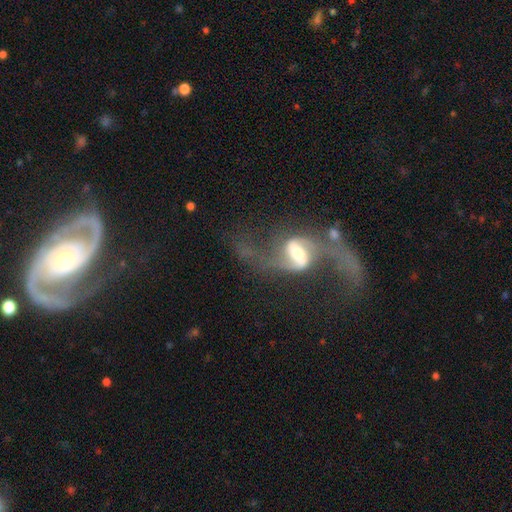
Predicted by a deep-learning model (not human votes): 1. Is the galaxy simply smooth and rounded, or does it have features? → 87% featured or disk, 7% star or artifact, 7% smooth.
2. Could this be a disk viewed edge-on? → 95% no, 5% yes.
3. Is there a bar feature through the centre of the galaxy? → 44% weak, 33% no, 23% strong.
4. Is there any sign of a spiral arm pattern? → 95% yes, 5% no.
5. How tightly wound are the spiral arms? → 70% loose, 25% medium, 6% tight.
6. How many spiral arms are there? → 92% 2, 2% can't tell, 2% 1, 1% 3, 1% 4, 1% more than 4.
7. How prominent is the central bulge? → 47% moderate, 27% small, 19% large, 5% none, 3% dominant.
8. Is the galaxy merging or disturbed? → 49% none, 20% major disturbance, 16% minor disturbance, 15% merger.